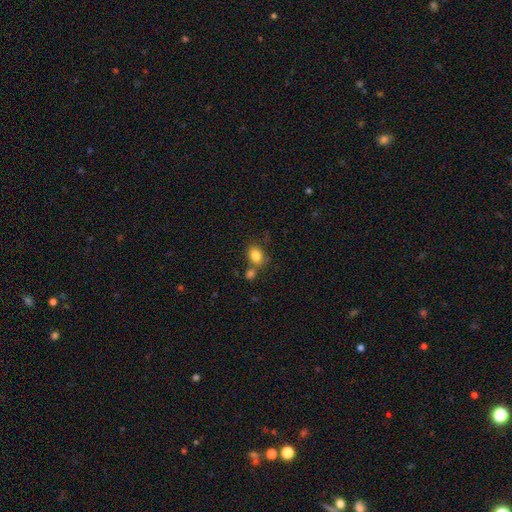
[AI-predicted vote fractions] Smooth or featured: smooth — 83% (star or artifact — 10%)
How rounded: in between — 55% (round — 44%)
Merging: none — 59% (merger — 22%)